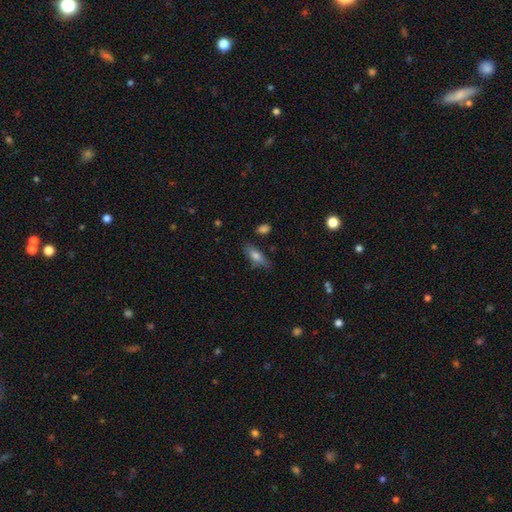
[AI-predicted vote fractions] This appears to be a smooth galaxy with no disk features (76%) that is in between round and cigar-shaped (69%). Merging: none (68%).